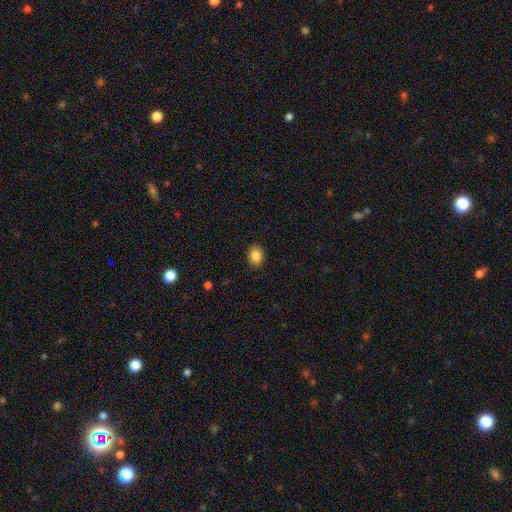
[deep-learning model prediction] Overall: smooth (87%). How rounded: in between (70%). Merging: none (89%).